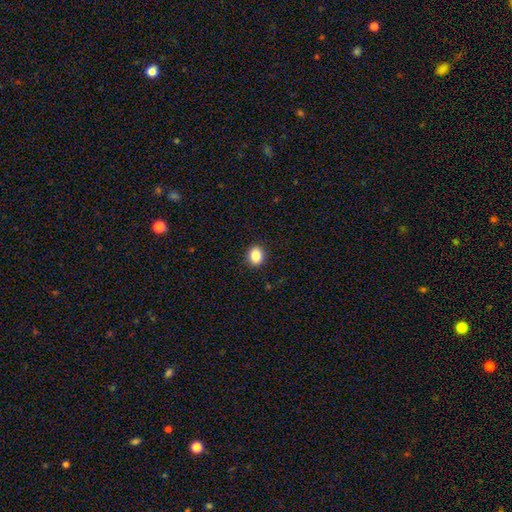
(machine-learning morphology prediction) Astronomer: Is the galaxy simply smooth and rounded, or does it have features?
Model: smooth — 86%.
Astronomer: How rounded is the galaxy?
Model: round — 60% (runner-up: in between, 39%).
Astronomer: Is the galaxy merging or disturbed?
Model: none — 91%.